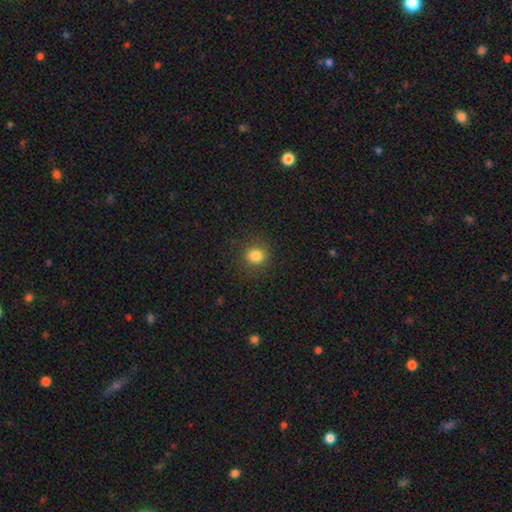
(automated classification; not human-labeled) Smooth or featured? smooth (83%)
How rounded? round (83%)
Merging? none (88%)